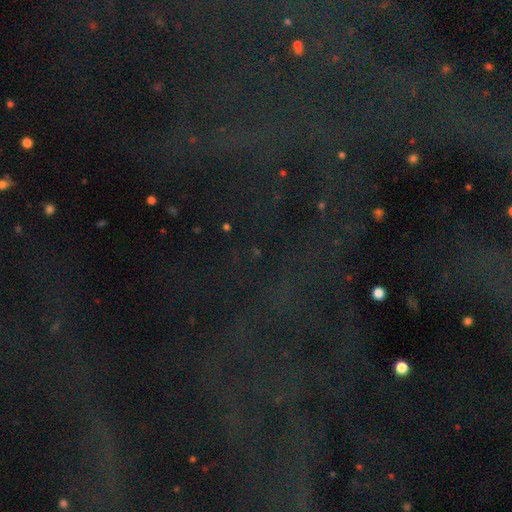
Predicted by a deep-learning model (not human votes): A star or artifact, not a galaxy (79%).

Vote fractions:
- Smooth or featured? star or artifact: 79% / featured or disk: 10% / smooth: 10%